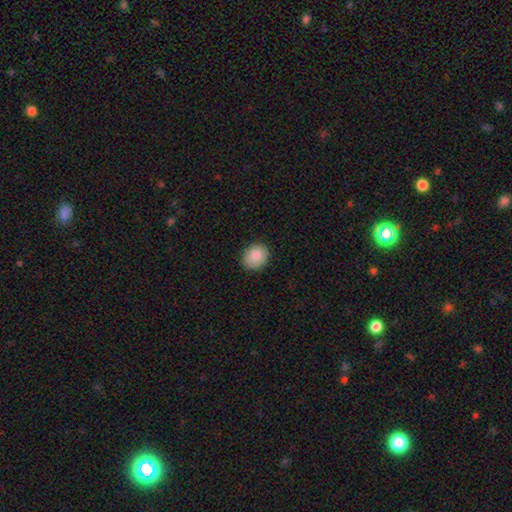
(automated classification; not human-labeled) Smooth or featured? smooth (87%)
How rounded? round (57%)
Merging? none (86%)